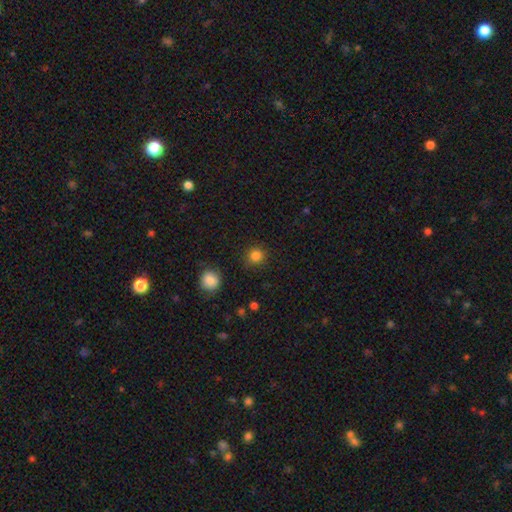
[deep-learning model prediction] Overall: smooth (83%). How rounded: round (93%). Merging: none (87%).